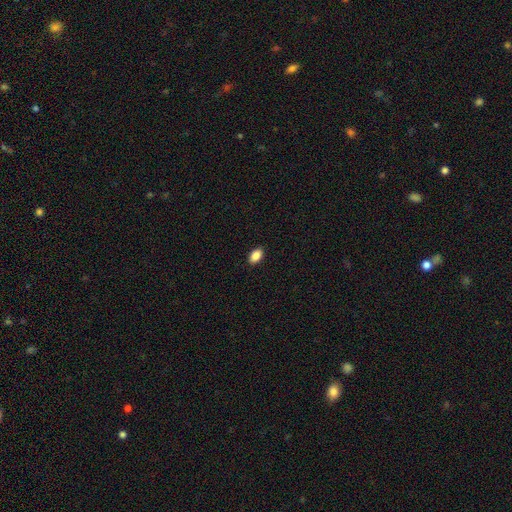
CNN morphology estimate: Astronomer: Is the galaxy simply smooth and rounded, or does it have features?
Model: smooth — 88%.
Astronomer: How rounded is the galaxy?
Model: in between — 90%.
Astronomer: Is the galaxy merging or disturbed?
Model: none — 90%.